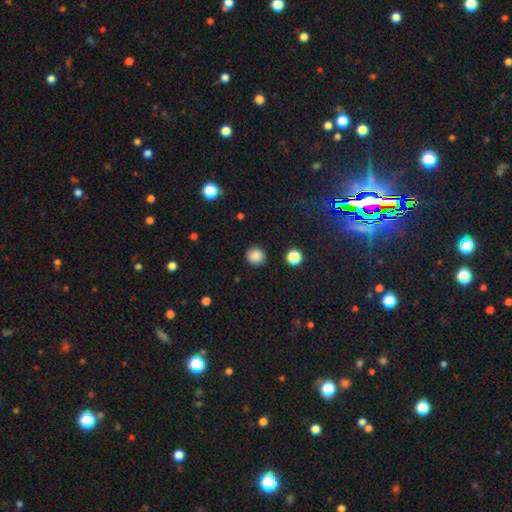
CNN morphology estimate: Smooth or featured? Predicted: smooth (p=0.86). How rounded? Predicted: round (p=0.92). Merging? Predicted: none (p=0.90).